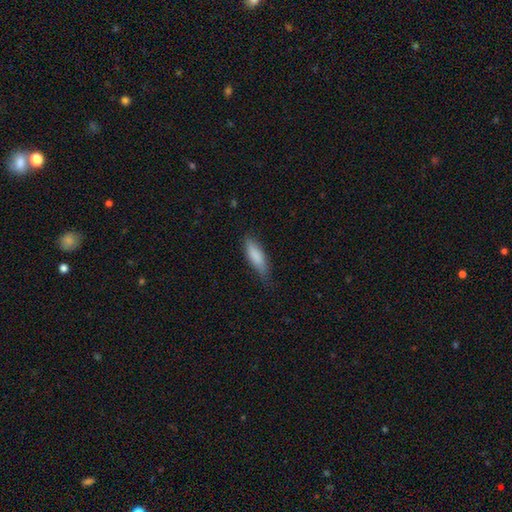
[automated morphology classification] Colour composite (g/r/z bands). It shows a smooth galaxy with no disk features (84%) that is in between round and cigar-shaped (52%). Merging: none (71%).